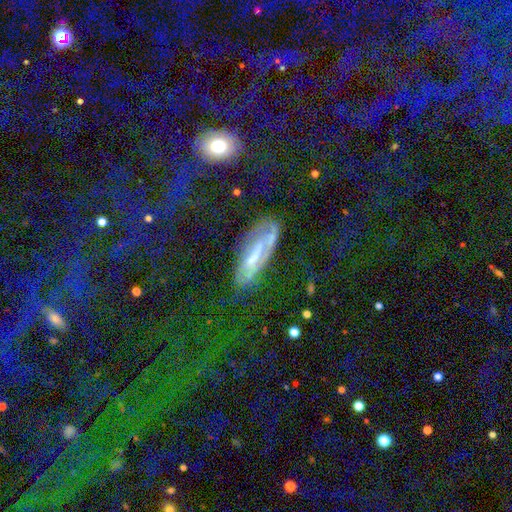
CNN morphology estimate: smooth-or-featured: featured or disk: 46% | smooth: 31% | star or artifact: 23%
  merging: none: 65% | minor disturbance: 19% | major disturbance: 12% | merger: 4%